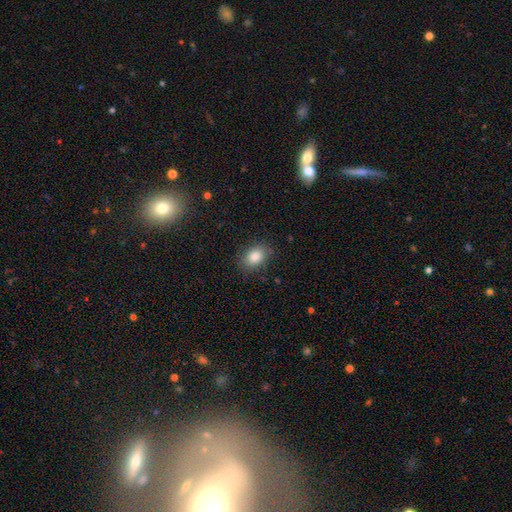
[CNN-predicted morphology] Smooth or featured? smooth (85%)
How rounded? in between (76%)
Merging? none (82%)